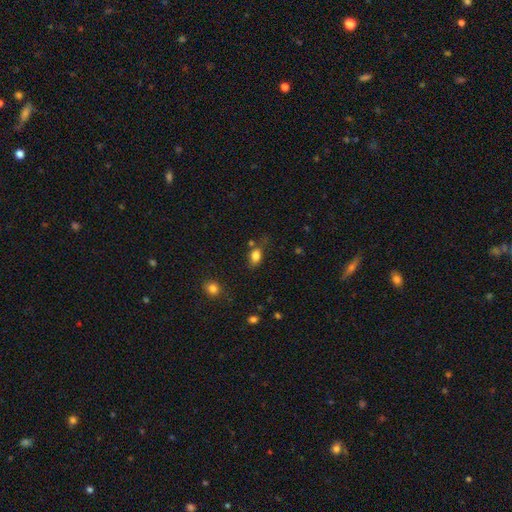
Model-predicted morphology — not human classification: Smooth or featured?
  - smooth: 82% *
  - star or artifact: 10%
  - featured or disk: 8%
How rounded?
  - in between: 78% *
  - round: 20%
  - cigar-shaped: 2%
Merging?
  - none: 64% *
  - minor disturbance: 20%
  - merger: 9%
  - major disturbance: 7%